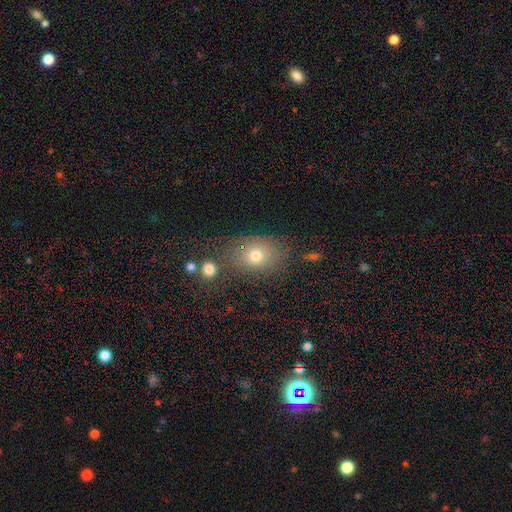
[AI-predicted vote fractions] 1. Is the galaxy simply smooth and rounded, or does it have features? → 71% smooth, 16% star or artifact, 13% featured or disk.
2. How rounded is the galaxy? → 56% in between, 43% round, 1% cigar-shaped.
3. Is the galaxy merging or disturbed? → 70% none, 15% minor disturbance, 8% merger, 6% major disturbance.